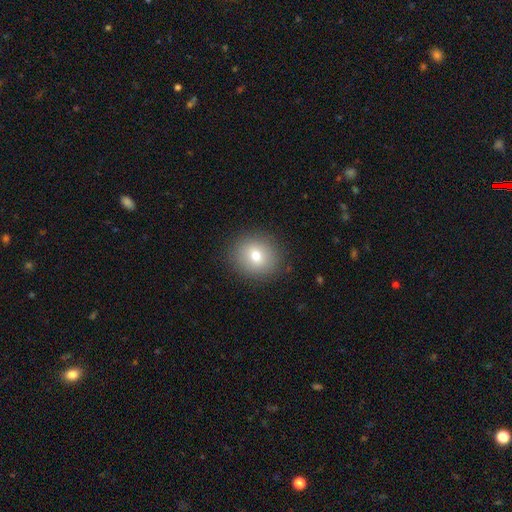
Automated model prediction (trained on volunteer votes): A smooth galaxy with no disk features (74%) that is round (83%). Merging: none (89%).